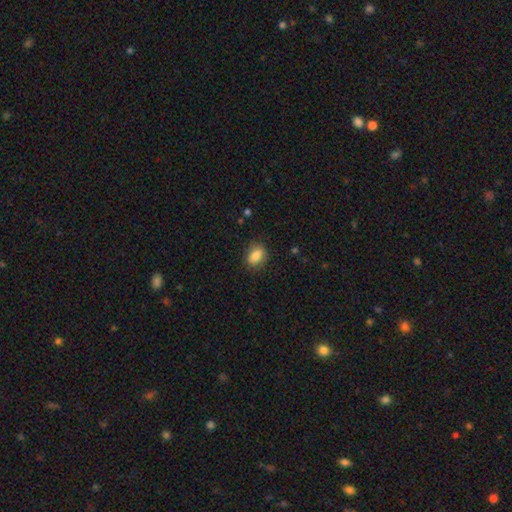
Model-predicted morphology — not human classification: Smooth or featured?
  - smooth: 84% *
  - star or artifact: 8%
  - featured or disk: 8%
How rounded?
  - in between: 75% *
  - round: 22%
  - cigar-shaped: 3%
Merging?
  - none: 81% *
  - minor disturbance: 14%
  - major disturbance: 3%
  - merger: 1%